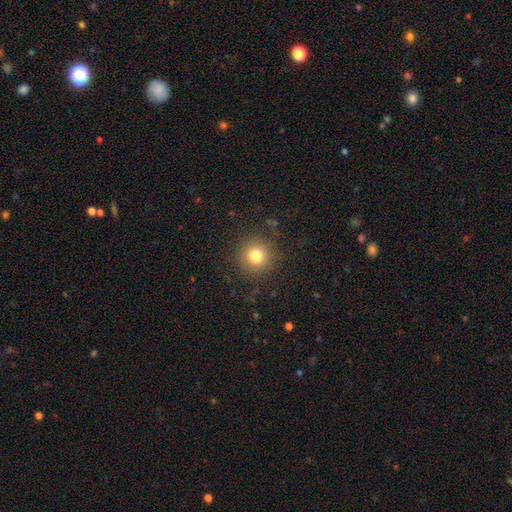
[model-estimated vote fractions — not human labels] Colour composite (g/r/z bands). It shows a smooth galaxy with no disk features (79%) that is round (94%). Merging: none (88%).